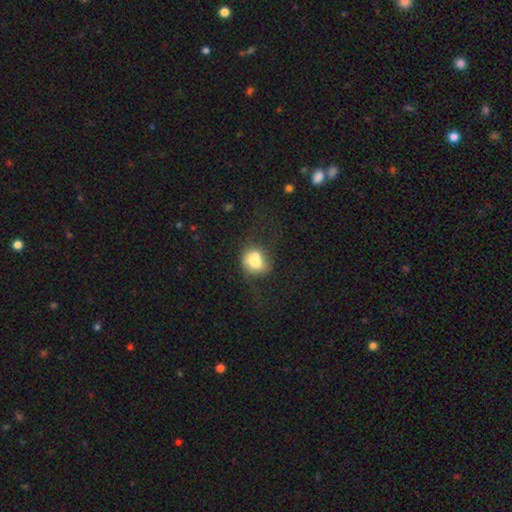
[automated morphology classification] Smooth or featured? Predicted: smooth (p=0.71). How rounded? Predicted: round (p=0.68). Merging? Predicted: none (p=0.41).